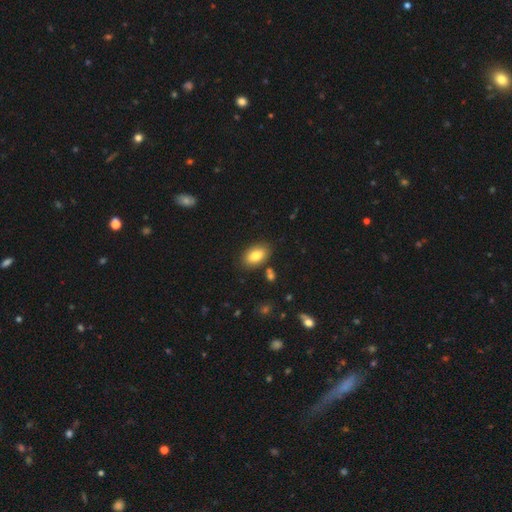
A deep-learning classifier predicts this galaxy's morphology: This is clearly a smooth galaxy (82%). How rounded: clearly in between (91%). Merging: clearly none (83%).